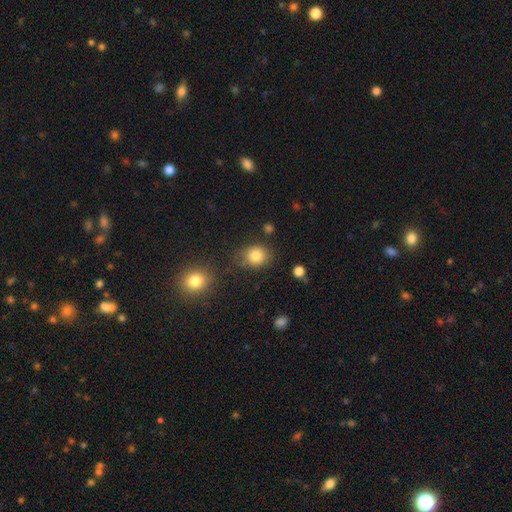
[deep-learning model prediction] Smooth or featured? smooth (84%)
How rounded? round (64%)
Merging? none (75%)